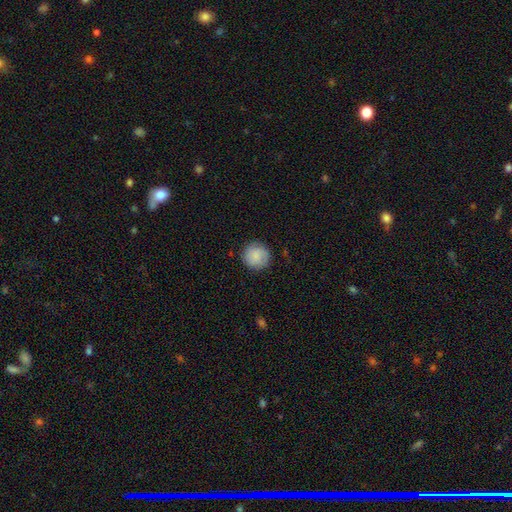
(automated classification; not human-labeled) Smooth or featured?
  - smooth: 79% *
  - featured or disk: 14%
  - star or artifact: 7%
How rounded?
  - round: 94% *
  - in between: 5%
  - cigar-shaped: 1%
Merging?
  - none: 86% *
  - minor disturbance: 10%
  - major disturbance: 3%
  - merger: 1%